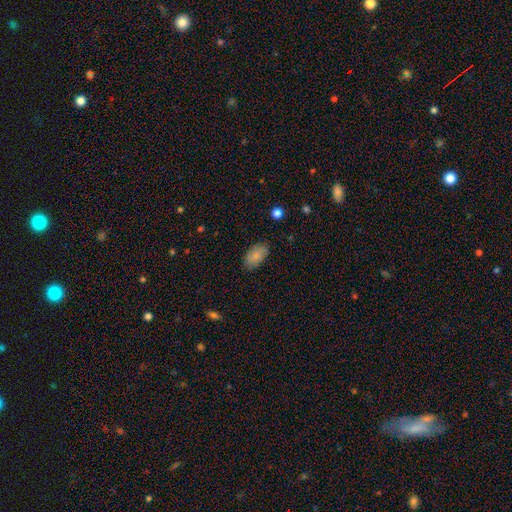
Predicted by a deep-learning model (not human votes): Smooth or featured? Predicted: smooth (p=0.83). How rounded? Predicted: in between (p=0.94). Merging? Predicted: none (p=0.84).